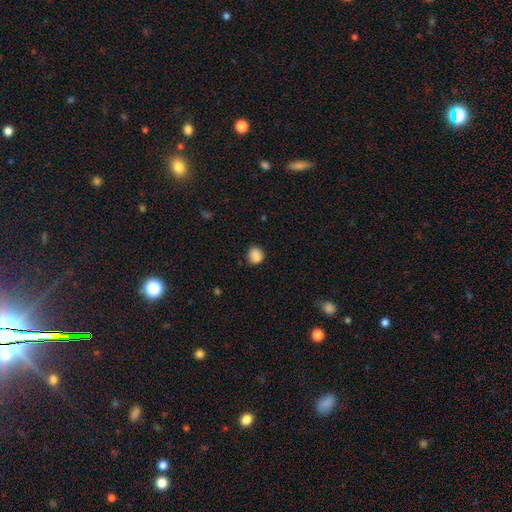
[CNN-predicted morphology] Smooth or featured? Predicted: smooth (p=0.87). How rounded? Predicted: round (p=0.83). Merging? Predicted: none (p=0.83).